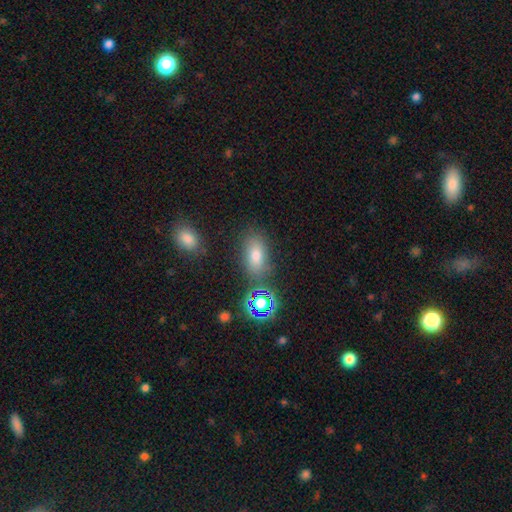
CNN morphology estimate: The model was most divided on "smooth or featured": smooth: 68%, star or artifact: 18%, featured or disk: 13%. More confident: how rounded — in between (82%); merging — none (75%).